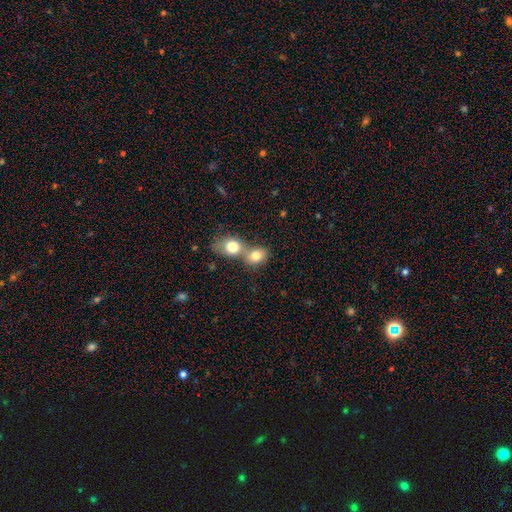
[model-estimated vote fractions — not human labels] Smooth or featured?
  - smooth: 79% *
  - featured or disk: 11%
  - star or artifact: 10%
How rounded?
  - round: 53% *
  - in between: 46%
  - cigar-shaped: 1%
Merging?
  - merger: 63% *
  - none: 28%
  - minor disturbance: 6%
  - major disturbance: 3%